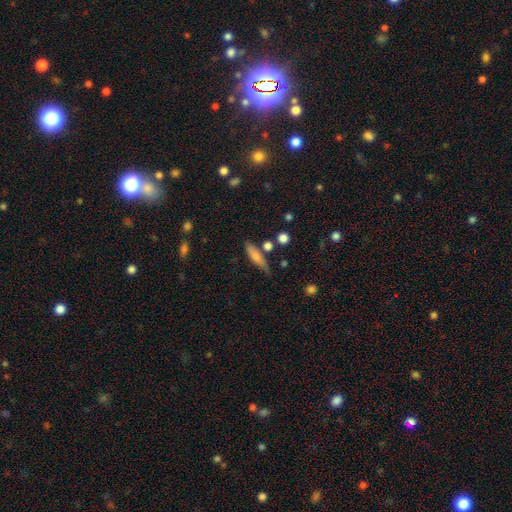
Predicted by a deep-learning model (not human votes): Smooth or featured: smooth — 72% (featured or disk — 20%)
How rounded: cigar-shaped — 67% (in between — 30%)
Merging: none — 65% (minor disturbance — 22%)